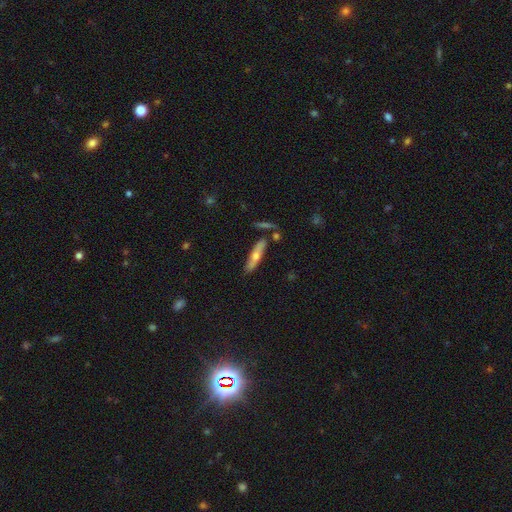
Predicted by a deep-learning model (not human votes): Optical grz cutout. It shows a smooth galaxy with no disk features (47%). Merging: none (78%).